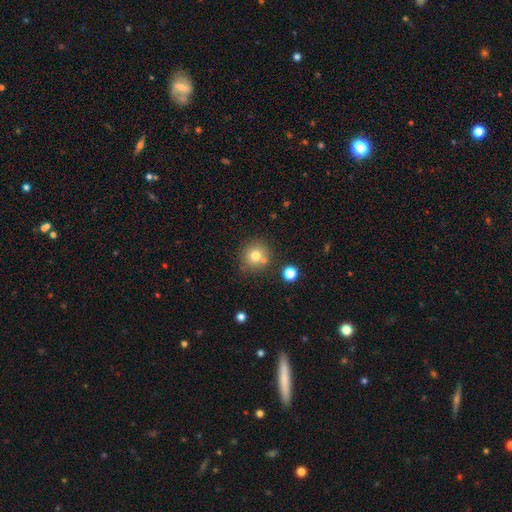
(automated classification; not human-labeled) Morphology: type=smooth (75%); roundness=round (93%); merging=none (74%).